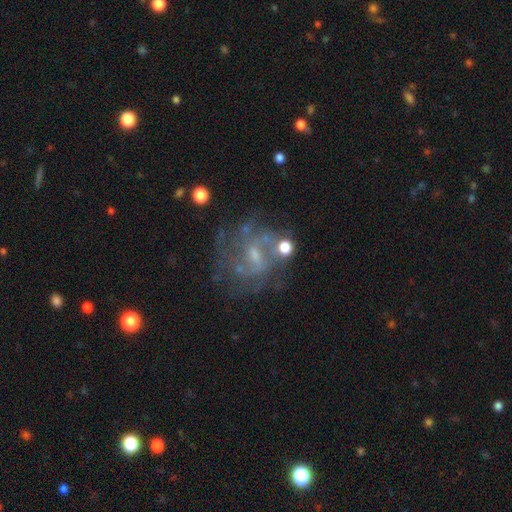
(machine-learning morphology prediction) Smooth or featured? featured or disk (74%)
Edge-on disk? no (97%)
Bar? weak (52%)
Spiral arms? yes (78%)
Spiral winding? medium (45%)
Spiral arm count? can't tell (39%)
Bulge size? small (55%)
Merging? none (58%)